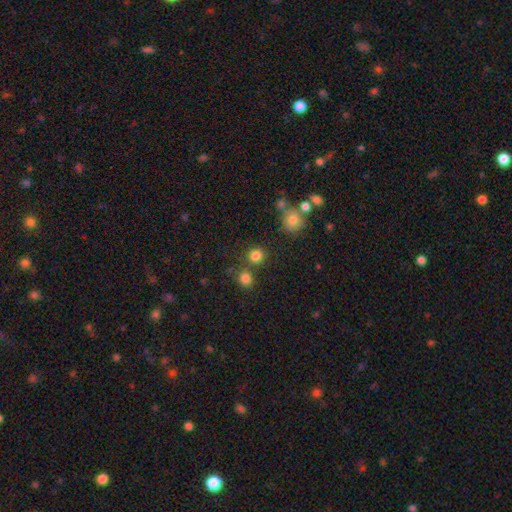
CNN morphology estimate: This is clearly a smooth galaxy (81%). How rounded: clearly round (88%). Merging: likely none (76%).